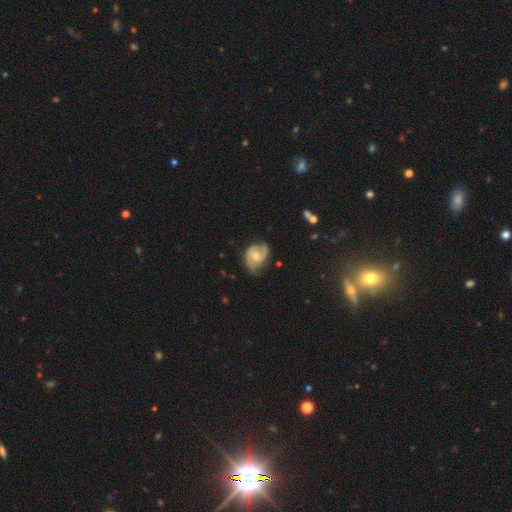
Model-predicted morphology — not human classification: Overall: featured or disk (74%). Edge-on disk: no (97%). Bar: no (61%; weak 34%). Spiral arms: yes (92%). Spiral arm count: 2 (83%). Spiral winding: medium (46%; tight 35%). Bulge size: moderate (61%; small 32%). Merging: none (65%; minor disturbance 26%).